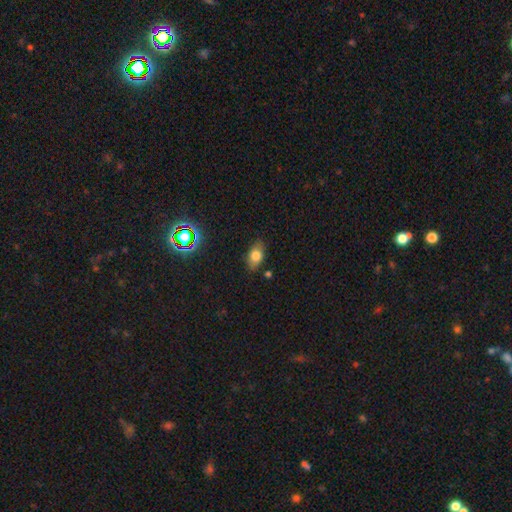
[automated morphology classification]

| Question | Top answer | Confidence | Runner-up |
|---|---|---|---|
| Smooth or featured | smooth | 74% | featured or disk (15%) |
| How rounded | in between | 87% | round (10%) |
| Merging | none | 81% | minor disturbance (15%) |